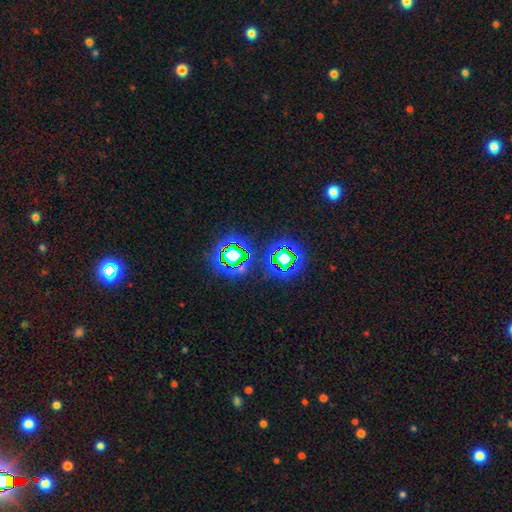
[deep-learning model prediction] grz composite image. It shows a star or artifact, not a galaxy (62%).